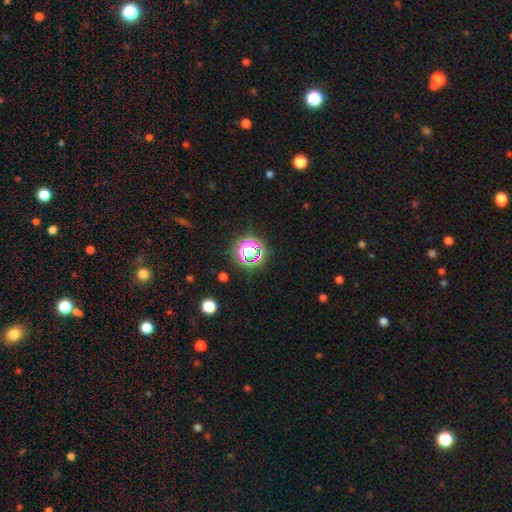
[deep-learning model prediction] The model was most divided on "smooth or featured": star or artifact: 70%, smooth: 21%, featured or disk: 9%.